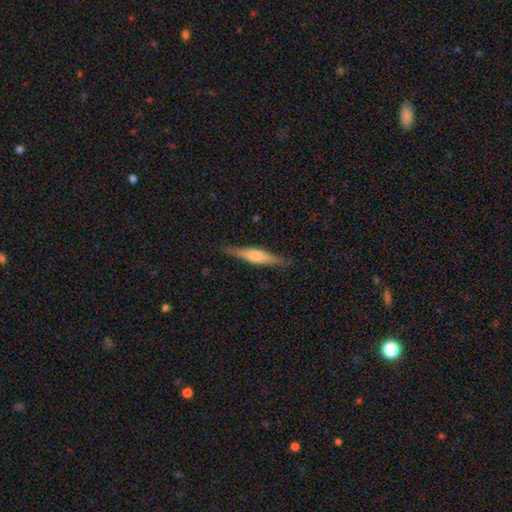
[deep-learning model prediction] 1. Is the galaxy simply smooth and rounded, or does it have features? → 56% featured or disk, 38% smooth, 6% star or artifact.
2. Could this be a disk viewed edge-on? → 95% yes, 5% no.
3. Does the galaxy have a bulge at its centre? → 74% rounded, 18% boxy, 8% none.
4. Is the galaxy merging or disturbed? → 86% none, 11% minor disturbance, 2% major disturbance, 1% merger.